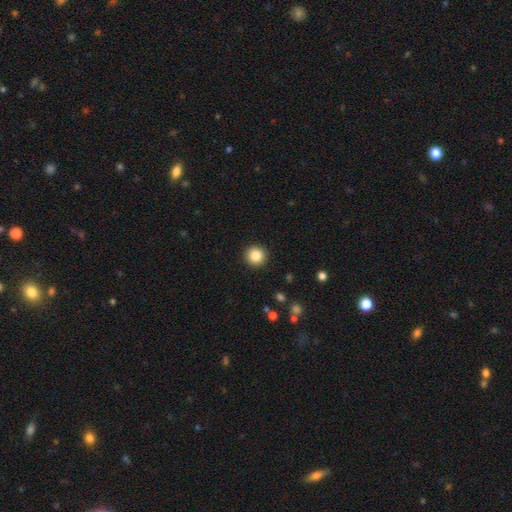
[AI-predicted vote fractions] Smooth or featured: smooth — 85% (star or artifact — 10%)
How rounded: round — 95% (in between — 4%)
Merging: none — 93% (minor disturbance — 5%)